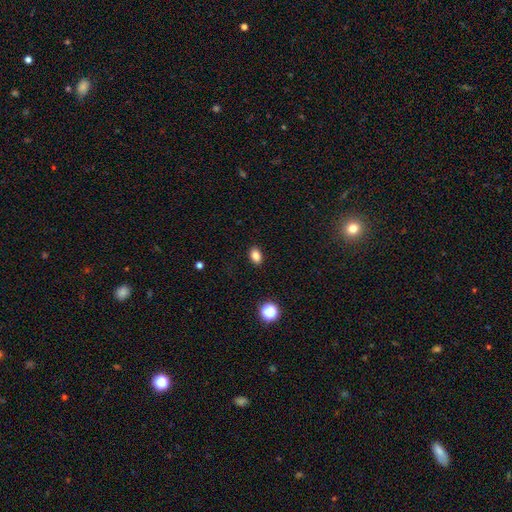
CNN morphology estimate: This is clearly a smooth galaxy (84%). How rounded: clearly in between (81%). Merging: clearly none (89%).